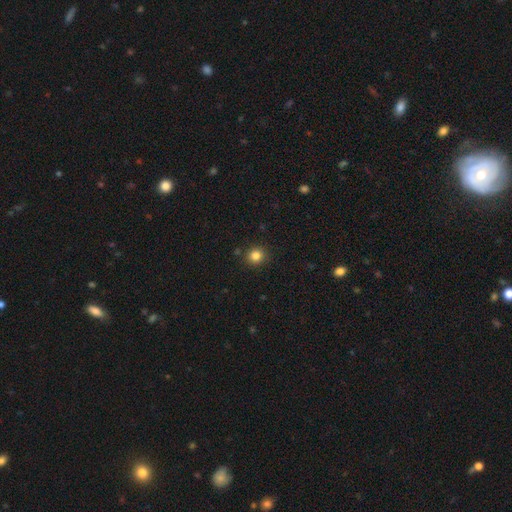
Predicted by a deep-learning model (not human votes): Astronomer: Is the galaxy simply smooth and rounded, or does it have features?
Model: smooth — 84%.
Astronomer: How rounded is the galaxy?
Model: round — 88%.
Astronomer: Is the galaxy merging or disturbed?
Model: none — 88%.